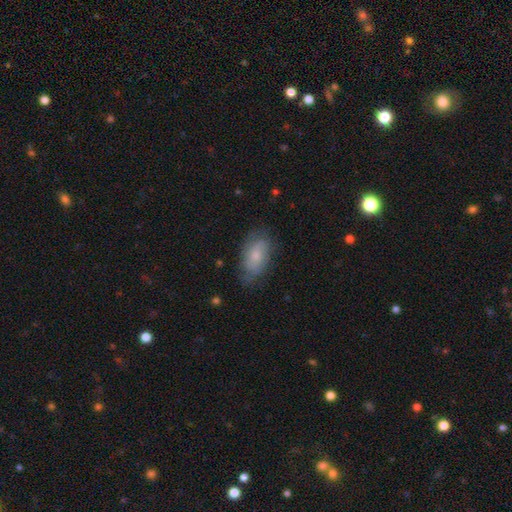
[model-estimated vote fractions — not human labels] smooth 60%, featured or disk 33%, star or artifact 7%. Down the decision tree: how rounded — in between (91%); merging — none (69%).